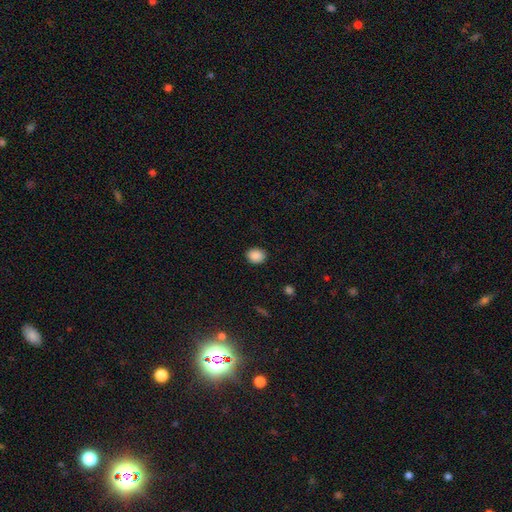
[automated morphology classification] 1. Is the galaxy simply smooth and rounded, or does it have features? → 88% smooth, 9% star or artifact, 3% featured or disk.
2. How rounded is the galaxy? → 57% round, 42% in between, 1% cigar-shaped.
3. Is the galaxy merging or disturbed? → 88% none, 8% minor disturbance, 2% major disturbance, 1% merger.